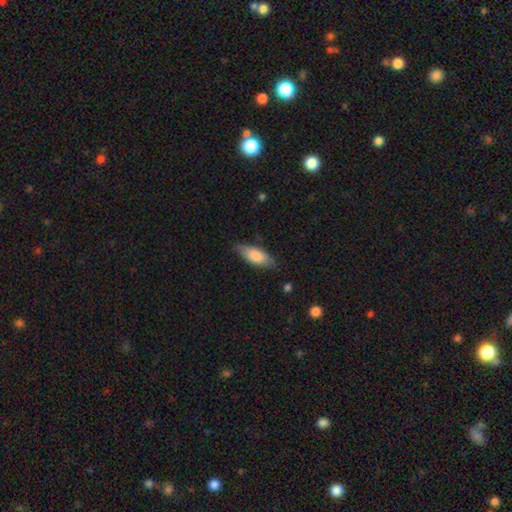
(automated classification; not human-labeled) A smooth galaxy with no disk features (76%) that is in between round and cigar-shaped (77%).

Vote fractions:
- Smooth or featured? smooth: 76% / featured or disk: 18% / star or artifact: 6%
- How rounded? in between: 77% / cigar-shaped: 21% / round: 2%
- Merging? none: 77% / minor disturbance: 19% / major disturbance: 3% / merger: 1%